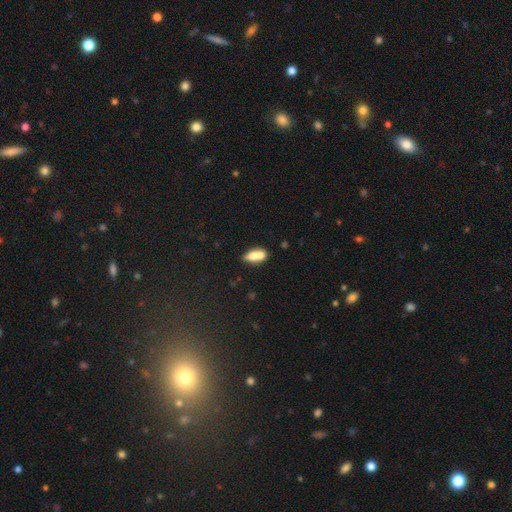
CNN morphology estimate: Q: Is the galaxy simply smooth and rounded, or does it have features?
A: smooth — 70%.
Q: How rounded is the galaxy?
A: in between — 79%.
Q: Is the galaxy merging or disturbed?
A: merger — 42%.